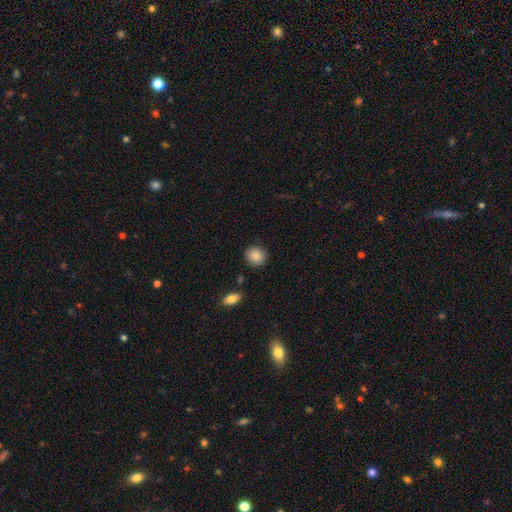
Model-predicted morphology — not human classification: A smooth galaxy with no disk features (87%) that is round (86%). Merging: none (89%).